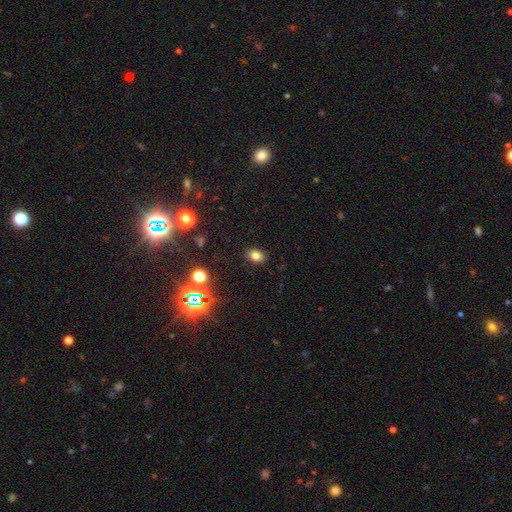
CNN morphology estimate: Q: Smooth or featured?
A: smooth (75%); runner-up: star or artifact (17%)
Q: How rounded?
A: in between (75%); runner-up: round (24%)
Q: Merging?
A: none (88%); runner-up: minor disturbance (8%)